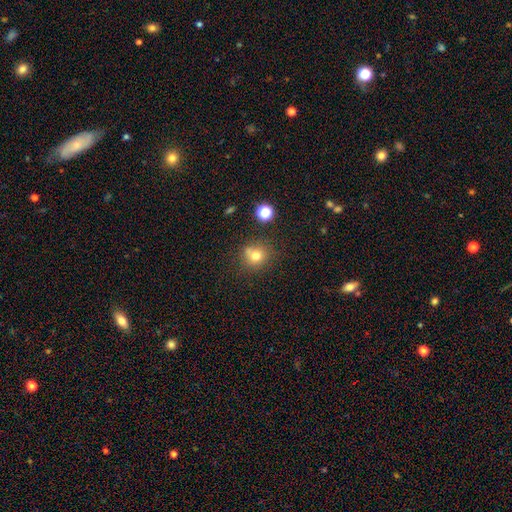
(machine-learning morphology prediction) This appears to be a smooth galaxy with no disk features (75%) that is round (85%). Merging: none (68%).